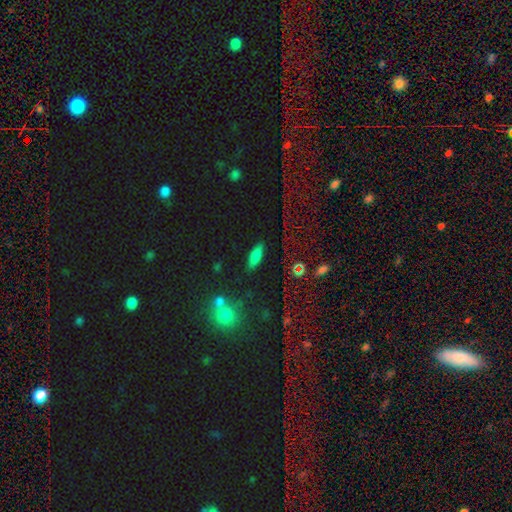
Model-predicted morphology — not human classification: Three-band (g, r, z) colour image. It shows a smooth galaxy with no disk features (72%) that is in between round and cigar-shaped (58%). Merging: none (82%).